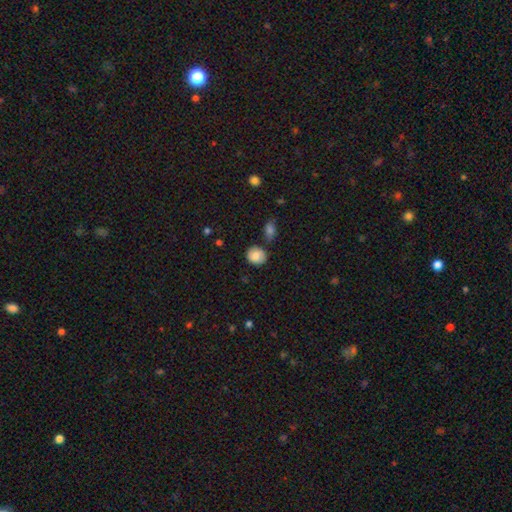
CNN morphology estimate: This is clearly a smooth galaxy (85%). How rounded: likely round (76%). Merging: likely none (77%).